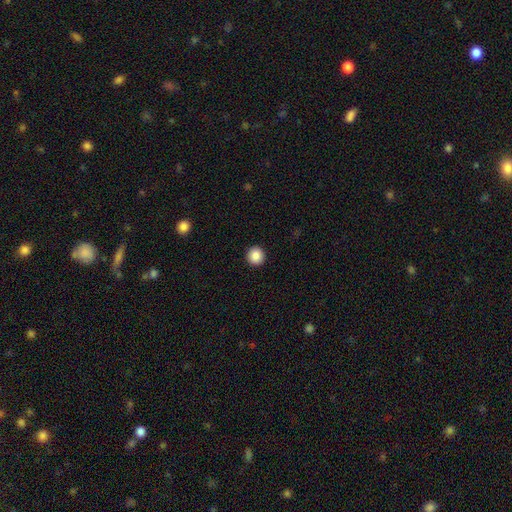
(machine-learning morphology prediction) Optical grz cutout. It shows a smooth galaxy with no disk features (87%) that is round (95%). Merging: none (93%).